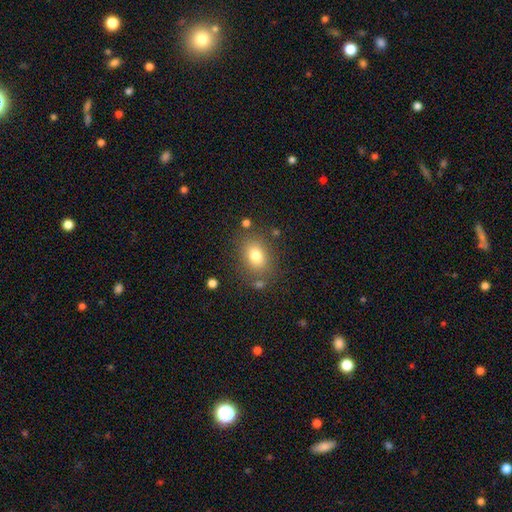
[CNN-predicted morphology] Smooth or featured: smooth — 79% (star or artifact — 11%)
How rounded: in between — 66% (round — 33%)
Merging: none — 77% (minor disturbance — 13%)